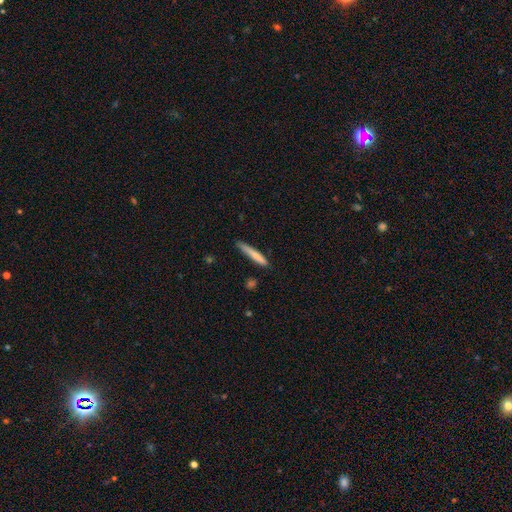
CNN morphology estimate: The model was most divided on "smooth or featured": smooth: 76%, featured or disk: 18%, star or artifact: 6%. More confident: how rounded — cigar-shaped (94%); merging — none (77%).